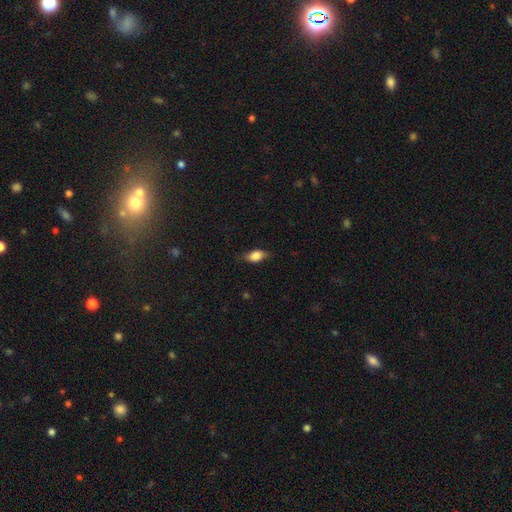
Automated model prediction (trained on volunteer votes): Smooth or featured? Predicted: smooth (p=0.79). How rounded? Predicted: in between (p=0.85). Merging? Predicted: none (p=0.75).